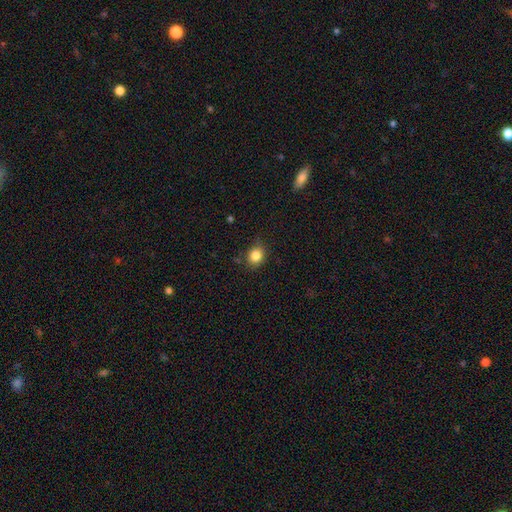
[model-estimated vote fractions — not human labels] The model was most divided on "how rounded": round: 66%, in between: 33%, cigar-shaped: 1%. More confident: smooth or featured — smooth (84%); merging — none (79%).